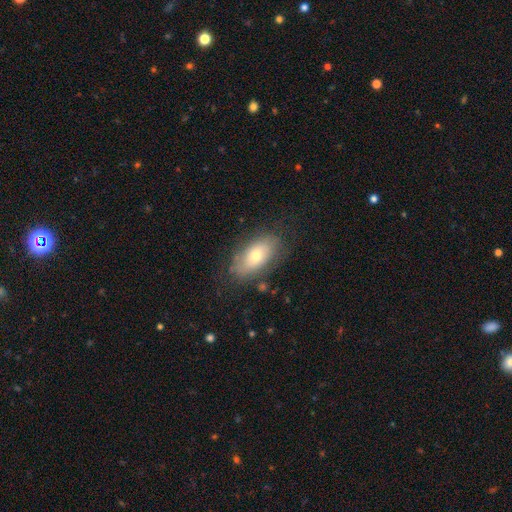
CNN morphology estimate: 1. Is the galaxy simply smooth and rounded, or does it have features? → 61% smooth, 31% featured or disk, 8% star or artifact.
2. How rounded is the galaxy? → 91% in between, 5% round, 4% cigar-shaped.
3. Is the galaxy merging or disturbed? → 75% none, 17% minor disturbance, 6% major disturbance, 2% merger.